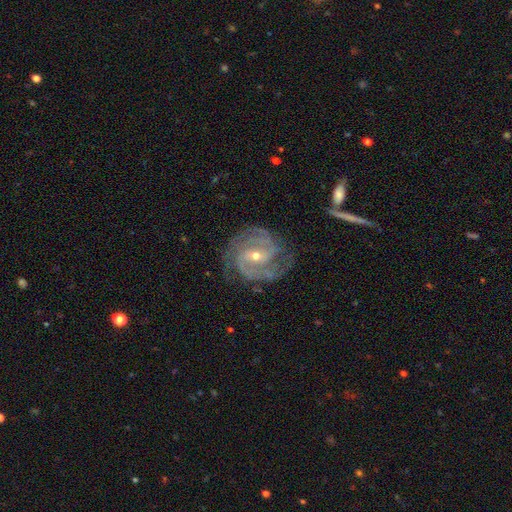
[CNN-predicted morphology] Q: Smooth or featured?
A: featured or disk (91%); runner-up: star or artifact (5%)
Q: Edge-on disk?
A: no (97%); runner-up: yes (3%)
Q: Bar?
A: weak (45%); runner-up: strong (30%)
Q: Spiral arms?
A: yes (98%); runner-up: no (2%)
Q: Spiral winding?
A: tight (56%); runner-up: medium (37%)
Q: Spiral arm count?
A: 2 (44%); runner-up: 3 (27%)
Q: Bulge size?
A: small (57%); runner-up: moderate (41%)
Q: Merging?
A: none (75%); runner-up: minor disturbance (16%)